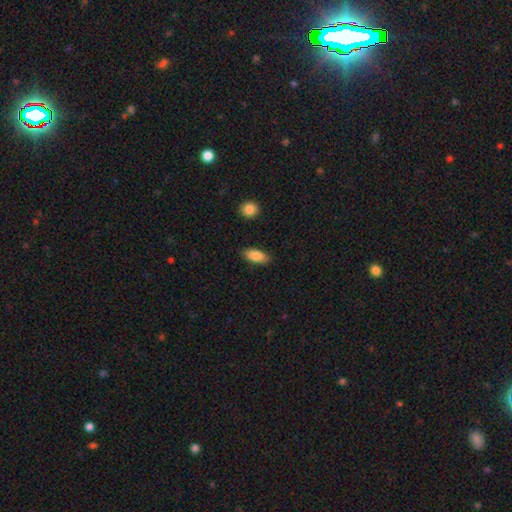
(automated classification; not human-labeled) Smooth or featured? Predicted: smooth (p=0.84). How rounded? Predicted: in between (p=0.85). Merging? Predicted: none (p=0.87).